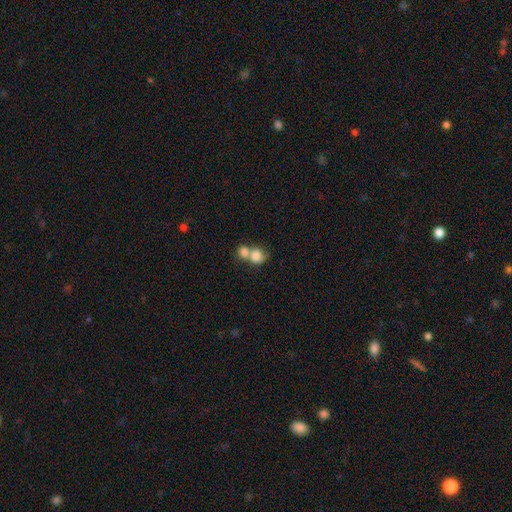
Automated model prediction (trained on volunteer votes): Smooth or featured? Predicted: smooth (p=0.78). How rounded? Predicted: round (p=0.71). Merging? Predicted: merger (p=0.67).